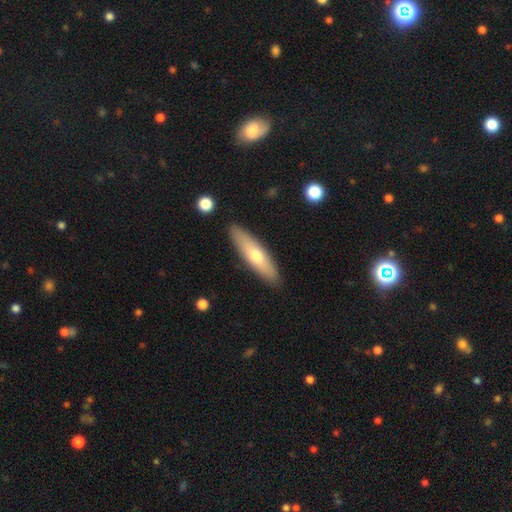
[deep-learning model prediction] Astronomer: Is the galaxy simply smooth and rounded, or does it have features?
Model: smooth — 57% (runner-up: featured or disk, 37%).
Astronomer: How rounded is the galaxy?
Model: cigar-shaped — 65%.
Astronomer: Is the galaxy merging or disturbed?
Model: none — 89%.